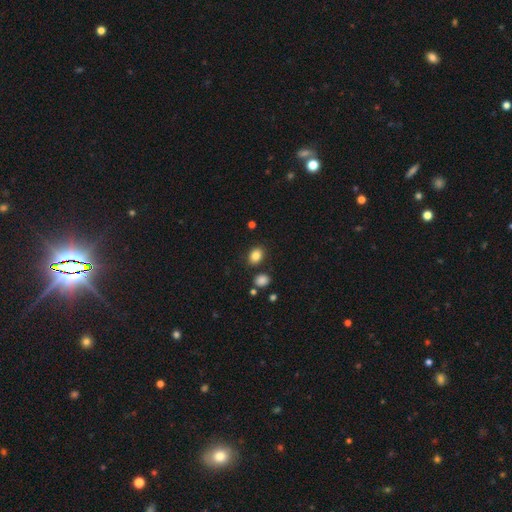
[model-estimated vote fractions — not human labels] Overall: smooth (85%). How rounded: in between (64%; round 35%). Merging: none (81%).